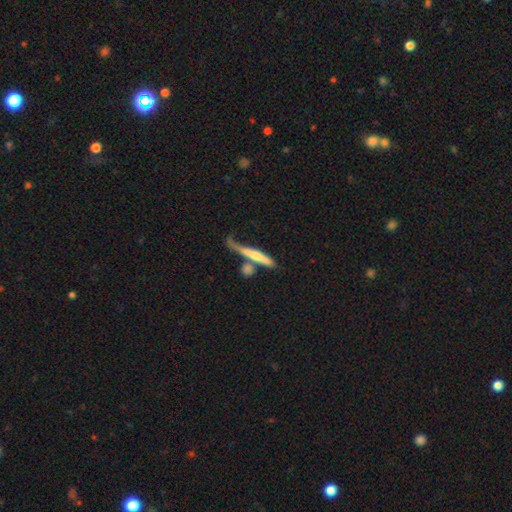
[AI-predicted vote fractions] smooth 49%, featured or disk 44%, star or artifact 7%. Down the decision tree: merging — none (44%).